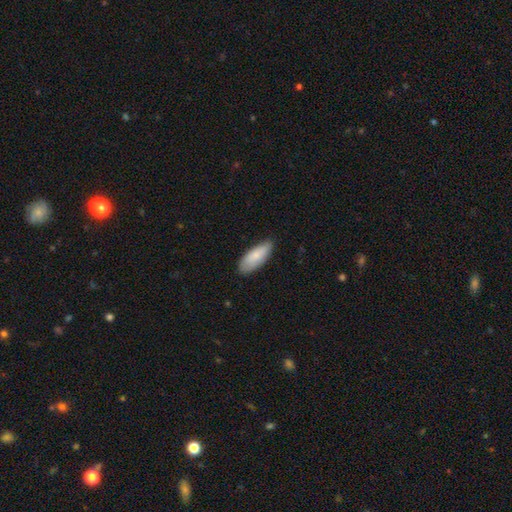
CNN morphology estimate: A smooth galaxy with no disk features (82%) that is in between round and cigar-shaped (78%). Merging: none (80%).